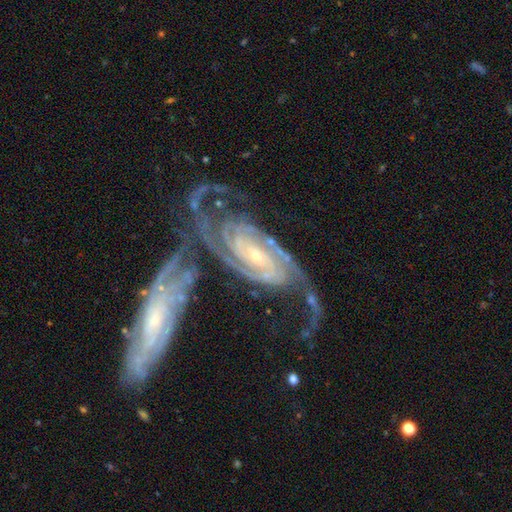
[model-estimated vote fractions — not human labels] Smooth or featured? Predicted: featured or disk (p=0.92). Edge-on disk? Predicted: no (p=0.95). Bar? Predicted: no (p=0.41). Spiral arms? Predicted: yes (p=0.98). Spiral winding? Predicted: tight (p=0.62). Spiral arm count? Predicted: 2 (p=0.56). Bulge size? Predicted: small (p=0.74). Merging? Predicted: none (p=0.39).